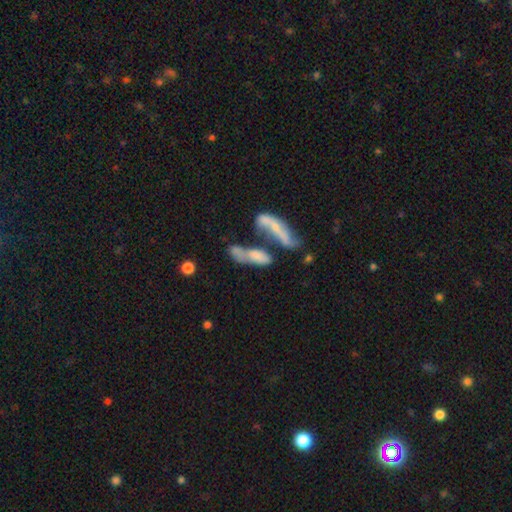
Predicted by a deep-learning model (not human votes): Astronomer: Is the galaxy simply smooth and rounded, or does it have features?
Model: smooth — 54% (runner-up: featured or disk, 37%).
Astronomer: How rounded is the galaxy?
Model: in between — 59% (runner-up: cigar-shaped, 36%).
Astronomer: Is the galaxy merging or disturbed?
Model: merger — 57%.